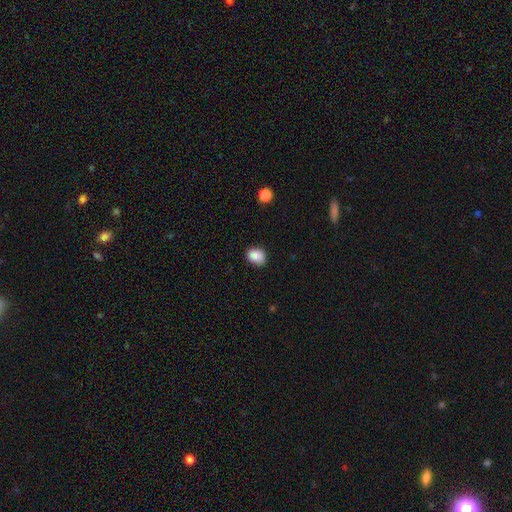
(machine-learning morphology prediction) A smooth galaxy with no disk features (87%) that is in between round and cigar-shaped (65%). Merging: none (81%).